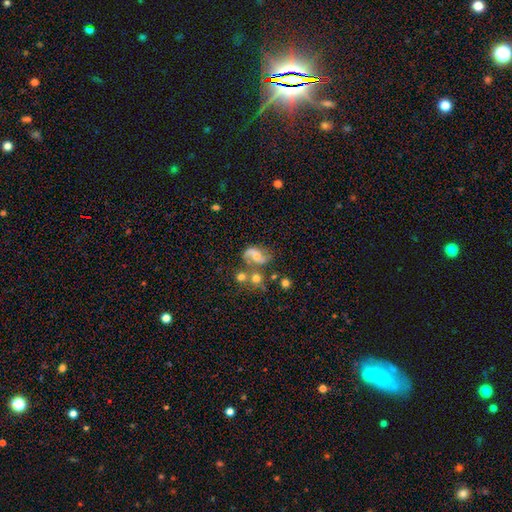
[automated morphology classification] Smooth or featured? featured or disk (74%)
Edge-on disk? no (98%)
Bar? no (45%)
Spiral arms? yes (92%)
Spiral winding? loose (47%)
Spiral arm count? 2 (87%)
Bulge size? moderate (47%)
Merging? none (48%)